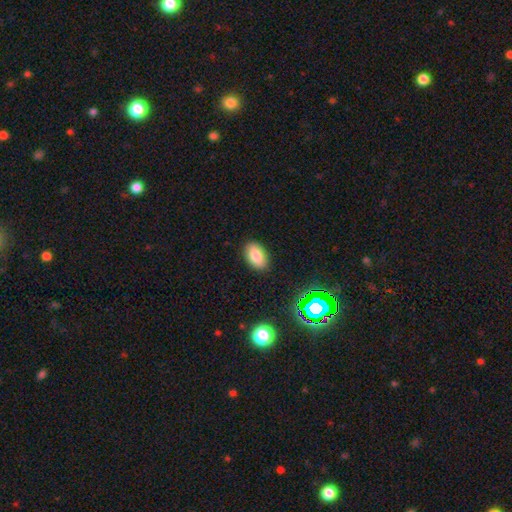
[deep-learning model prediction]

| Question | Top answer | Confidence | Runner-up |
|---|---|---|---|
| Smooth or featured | smooth | 82% | star or artifact (10%) |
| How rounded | in between | 92% | round (7%) |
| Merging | none | 88% | minor disturbance (9%) |